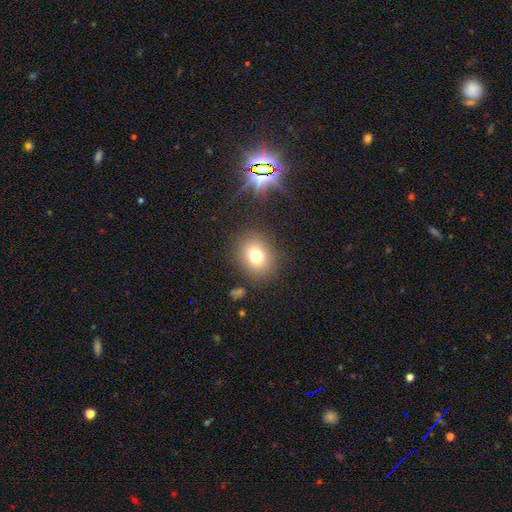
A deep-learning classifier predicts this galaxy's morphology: Smooth or featured: smooth — 74% (star or artifact — 15%)
How rounded: round — 65% (in between — 34%)
Merging: none — 85% (minor disturbance — 9%)